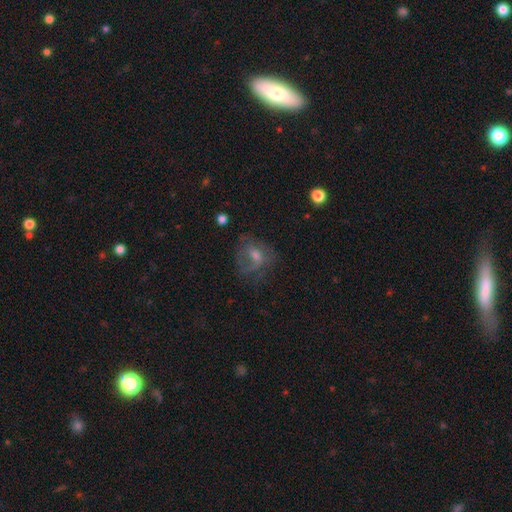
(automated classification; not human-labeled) Q: Smooth or featured?
A: featured or disk (50%); runner-up: smooth (34%)
Q: Edge-on disk?
A: no (96%); runner-up: yes (4%)
Q: Merging?
A: none (46%); runner-up: major disturbance (30%)